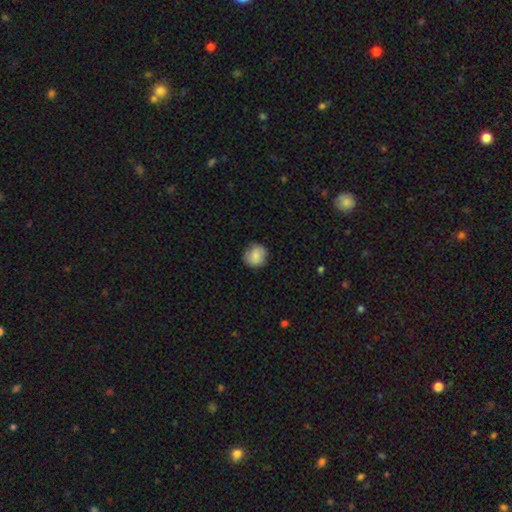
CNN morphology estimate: smooth 84%, featured or disk 9%, star or artifact 7%. Down the decision tree: how rounded — round (89%); merging — none (82%).